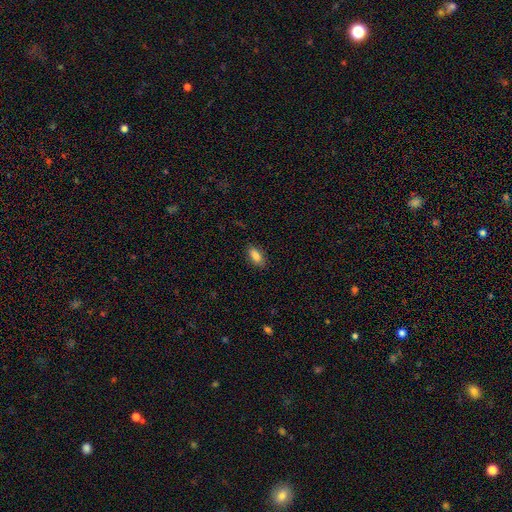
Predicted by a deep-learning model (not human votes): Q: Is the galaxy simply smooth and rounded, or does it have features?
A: smooth — 85%.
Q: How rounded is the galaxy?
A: in between — 88%.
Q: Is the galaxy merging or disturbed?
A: none — 86%.